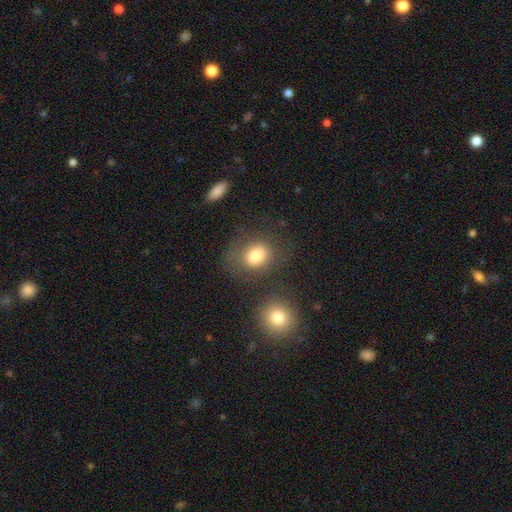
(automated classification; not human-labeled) Smooth or featured: smooth — 81% (star or artifact — 10%)
How rounded: round — 51% (in between — 47%)
Merging: none — 65% (minor disturbance — 16%)